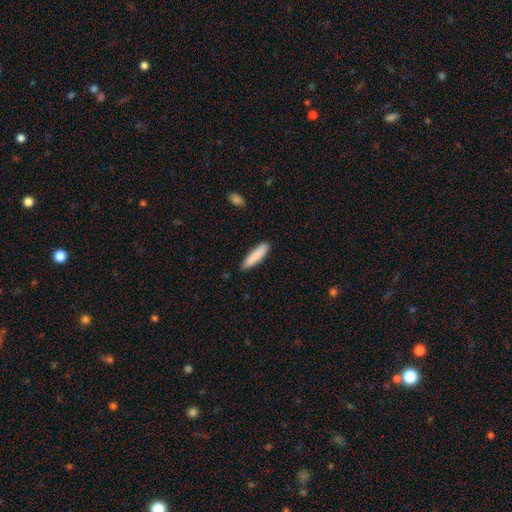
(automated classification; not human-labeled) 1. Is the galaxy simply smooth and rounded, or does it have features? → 86% smooth, 8% featured or disk, 6% star or artifact.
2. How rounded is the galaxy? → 77% cigar-shaped, 22% in between, 1% round.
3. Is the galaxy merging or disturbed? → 84% none, 13% minor disturbance, 2% major disturbance, 1% merger.